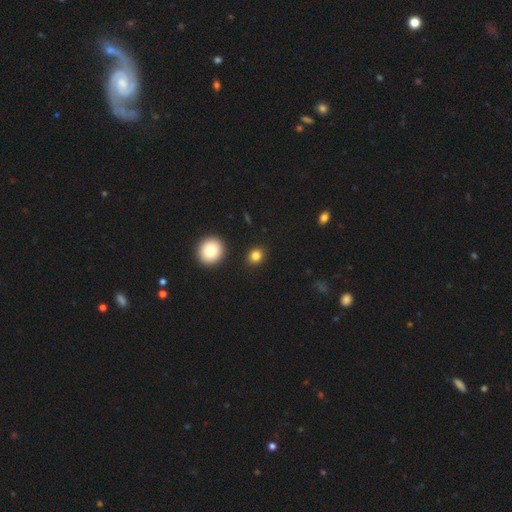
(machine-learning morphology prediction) Smooth or featured? smooth (83%)
How rounded? round (71%)
Merging? none (89%)